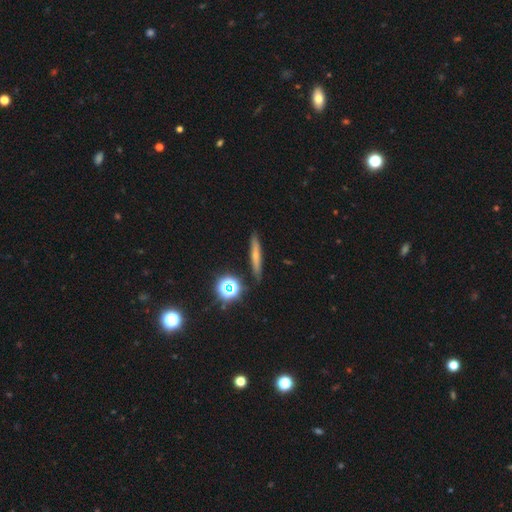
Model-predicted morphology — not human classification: The model was most divided on "smooth or featured": smooth: 51%, featured or disk: 34%, star or artifact: 15%. More confident: merging — none (87%); how rounded — cigar-shaped (85%).